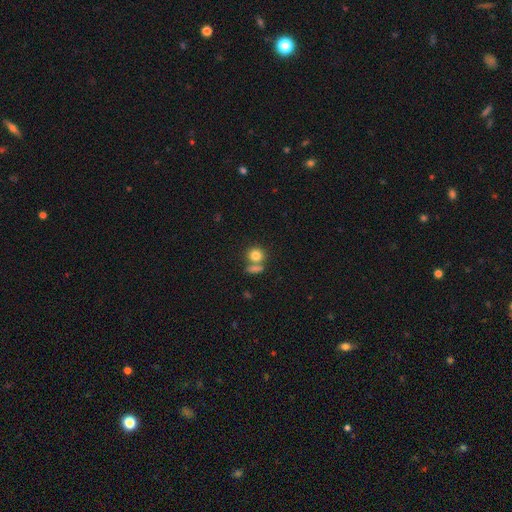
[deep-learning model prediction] This appears to be a smooth galaxy with no disk features (81%) that is round (78%). Merging: none (54%).